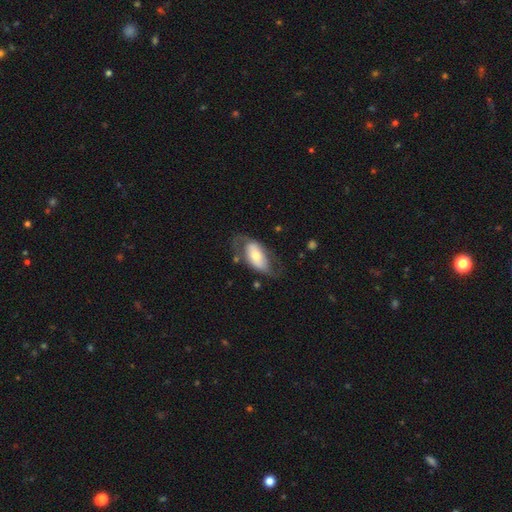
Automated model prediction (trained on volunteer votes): The model was most divided on "smooth or featured": featured or disk: 51%, smooth: 43%, star or artifact: 6%. More confident: edge-on disk — no (89%); merging — none (53%).